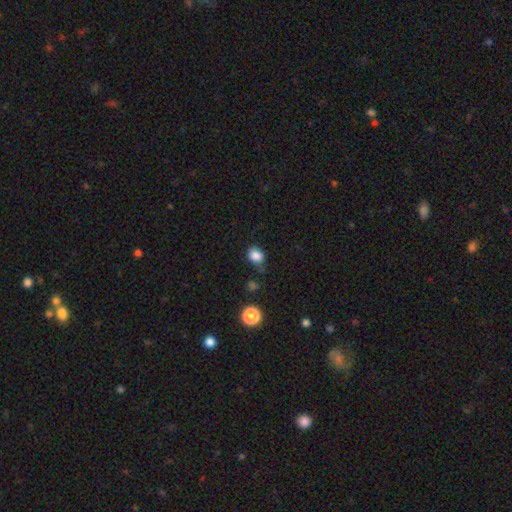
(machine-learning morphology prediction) Smooth or featured?
  - smooth: 85% *
  - star or artifact: 11%
  - featured or disk: 4%
How rounded?
  - round: 60% *
  - in between: 39%
  - cigar-shaped: 1%
Merging?
  - none: 67% *
  - minor disturbance: 23%
  - major disturbance: 6%
  - merger: 4%